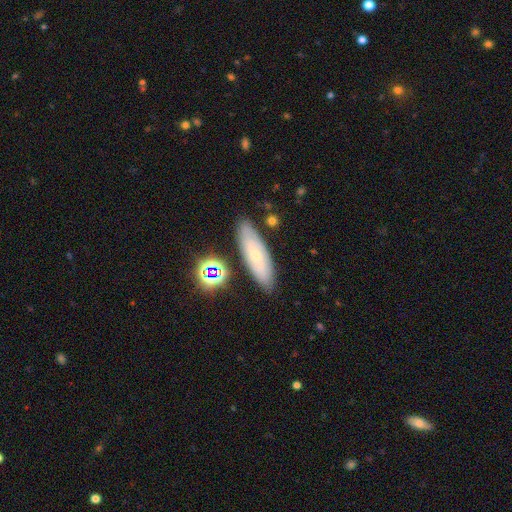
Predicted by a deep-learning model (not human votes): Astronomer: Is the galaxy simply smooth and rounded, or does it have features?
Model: smooth — 49% (runner-up: featured or disk, 41%).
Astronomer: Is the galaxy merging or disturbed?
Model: none — 81%.